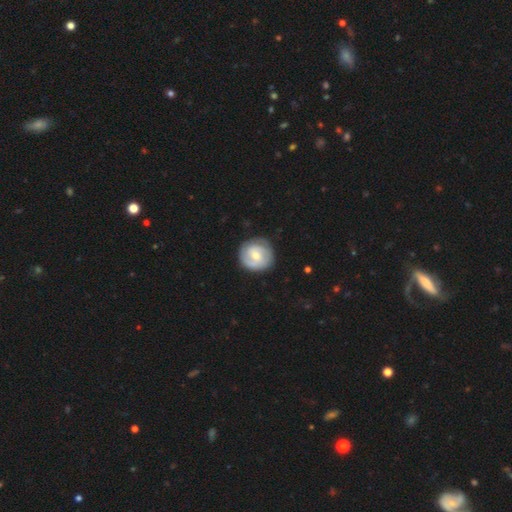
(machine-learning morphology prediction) This is likely a featured or disk galaxy (66%). It is clearly not viewed edge-on (98%). Bar: possibly weak (51%). Spiral arm pattern: clearly yes (87%). Spiral arm count: likely 2 (64%). Spiral winding: possibly tight (54%). Central bulge: possibly moderate (53%). Merging: clearly none (82%).